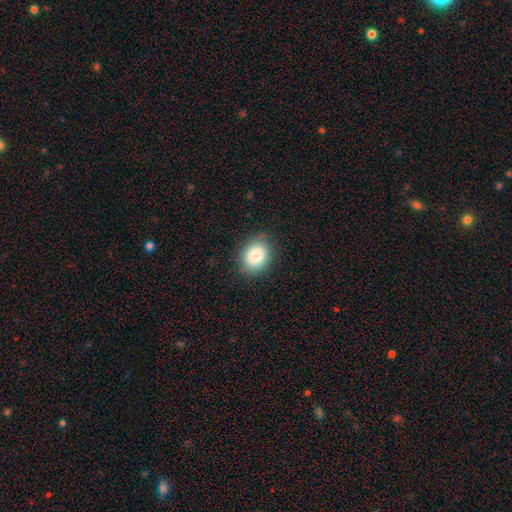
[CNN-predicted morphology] A smooth galaxy with no disk features (84%) that is in between round and cigar-shaped (58%). Merging: none (84%).